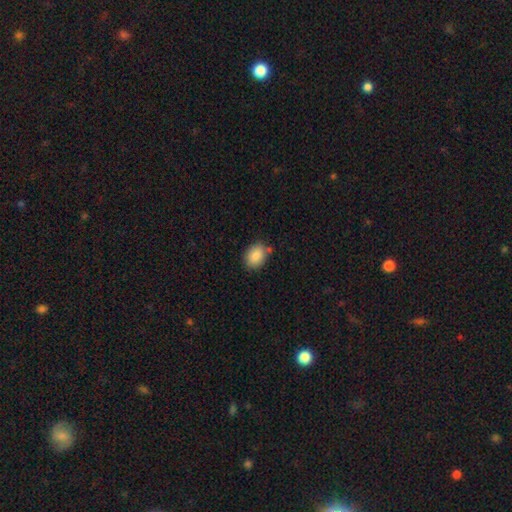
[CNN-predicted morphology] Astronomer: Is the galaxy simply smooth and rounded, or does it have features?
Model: smooth — 87%.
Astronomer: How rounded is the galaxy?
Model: in between — 68%.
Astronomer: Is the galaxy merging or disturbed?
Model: none — 75%.